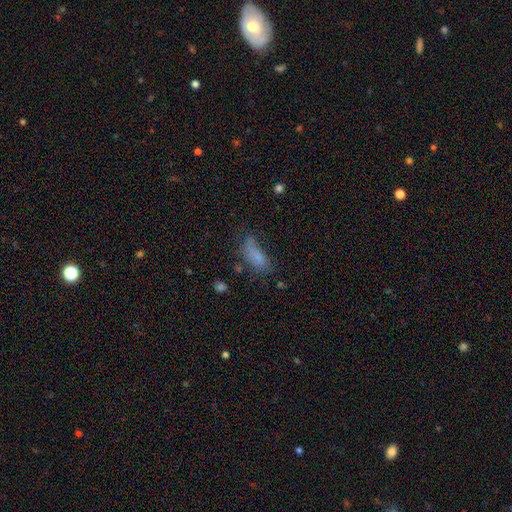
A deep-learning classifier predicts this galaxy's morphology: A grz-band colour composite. It shows a smooth galaxy with no disk features (73%) that is in between round and cigar-shaped (73%). Merging: none (40%).